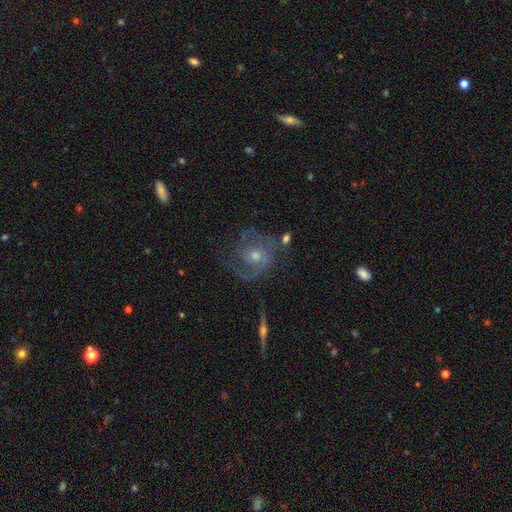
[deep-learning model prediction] The model was most divided on "spiral winding": tight: 45%, medium: 43%, loose: 12%. More confident: edge-on disk — no (96%); spiral arms — yes (95%); smooth or featured — featured or disk (84%); merging — none (71%); bar — no (68%); spiral arm count — 2 (63%); bulge size — moderate (57%).